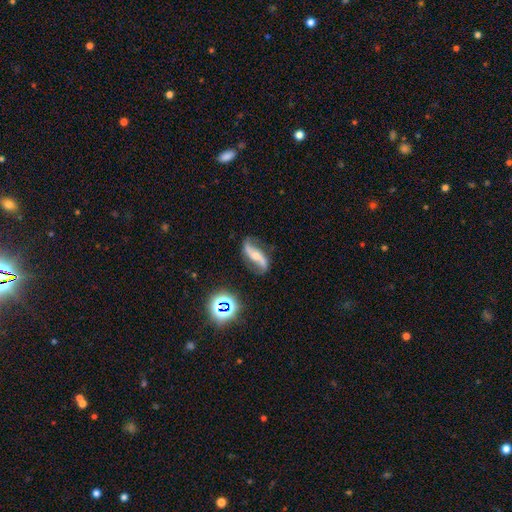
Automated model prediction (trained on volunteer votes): Smooth or featured? featured or disk (82%)
Edge-on disk? no (90%)
Bar? strong (39%)
Spiral arms? yes (93%)
Spiral winding? loose (81%)
Spiral arm count? 2 (92%)
Bulge size? small (52%)
Merging? none (76%)